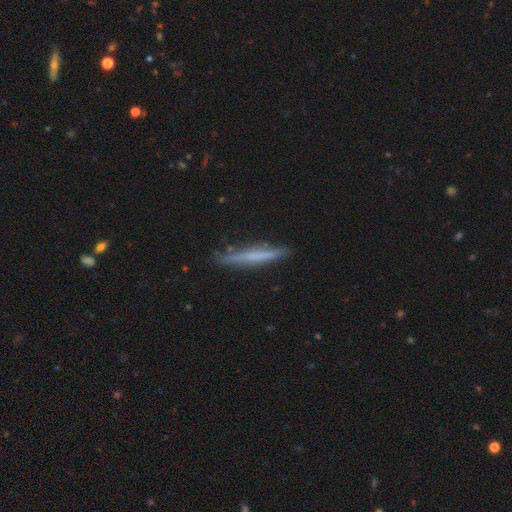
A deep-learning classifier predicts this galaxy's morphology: smooth-or-featured: smooth: 51% | featured or disk: 42% | star or artifact: 6%
  how-rounded: cigar-shaped: 96% | in between: 3% | round: 1%
  merging: none: 86% | minor disturbance: 11% | major disturbance: 2% | merger: 2%